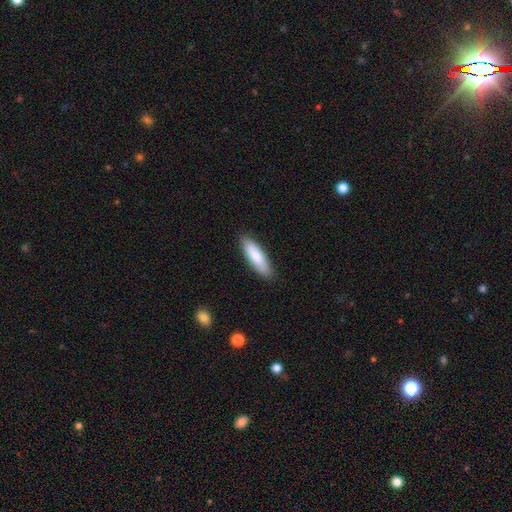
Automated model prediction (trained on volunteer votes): Q: Smooth or featured?
A: smooth (79%); runner-up: featured or disk (16%)
Q: How rounded?
A: cigar-shaped (57%); runner-up: in between (41%)
Q: Merging?
A: none (88%); runner-up: minor disturbance (9%)